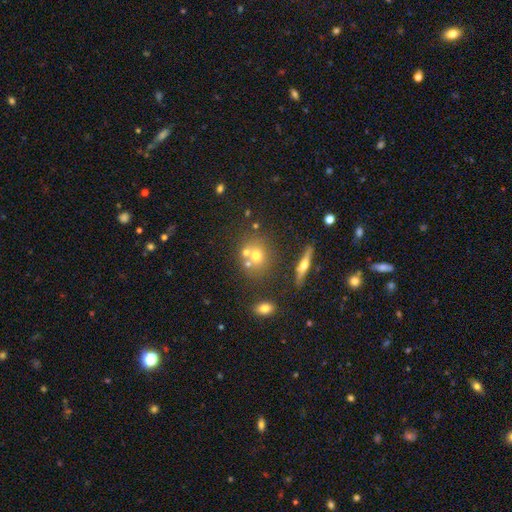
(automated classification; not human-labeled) A smooth galaxy with no disk features (57%) that is round (74%).

Vote fractions:
- Smooth or featured? smooth: 57% / featured or disk: 27% / star or artifact: 16%
- How rounded? round: 74% / in between: 23% / cigar-shaped: 2%
- Merging? none: 48% / merger: 37% / minor disturbance: 10% / major disturbance: 5%